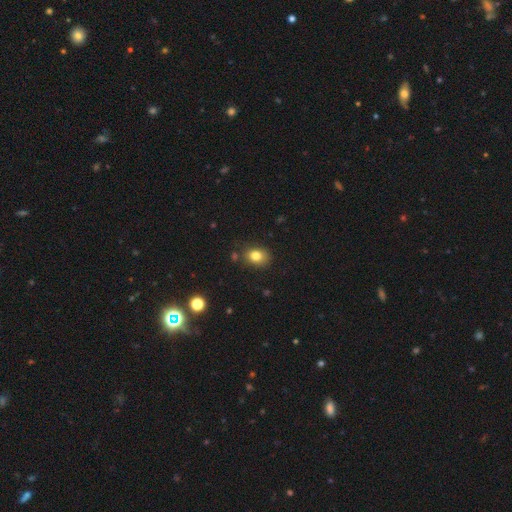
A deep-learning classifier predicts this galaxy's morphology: This appears to be a smooth galaxy with no disk features (80%) that is in between round and cigar-shaped (53%). Merging: none (77%).